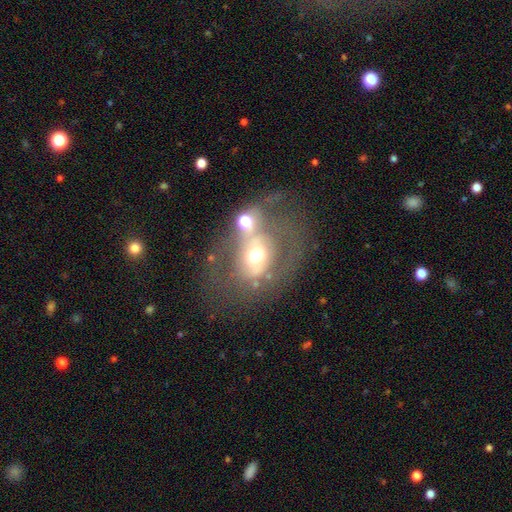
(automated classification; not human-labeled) smooth_or_featured: featured or disk (p=0.52) [alt: smooth p=0.35]
disk_edge_on: no (p=0.94) [alt: yes p=0.06]
merging: none (p=0.35) [alt: major disturbance p=0.25]